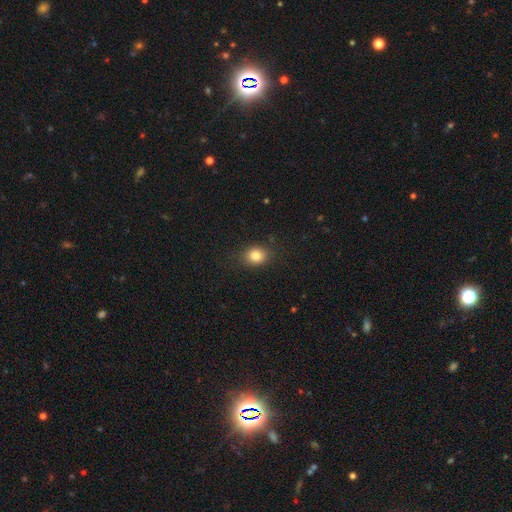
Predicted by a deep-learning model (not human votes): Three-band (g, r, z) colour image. It shows a smooth galaxy with no disk features (83%) that is round (54%). Merging: none (83%).